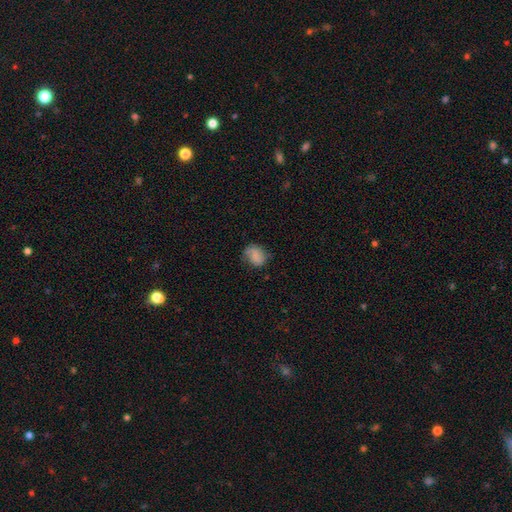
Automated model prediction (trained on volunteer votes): The model was most divided on "how rounded": round: 55%, in between: 44%, cigar-shaped: 1%. More confident: smooth or featured — smooth (62%); merging — none (60%).